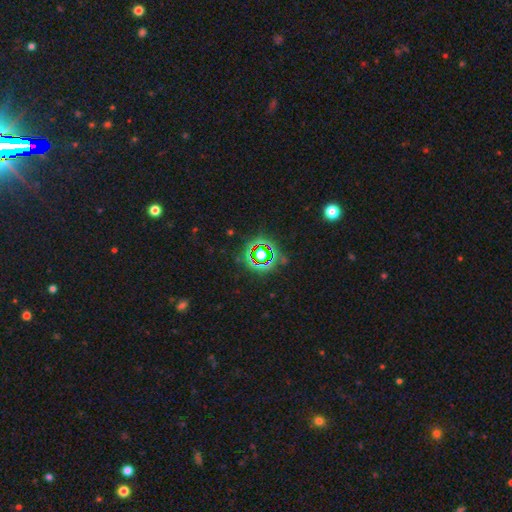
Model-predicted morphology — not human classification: type=star or artifact (73%).